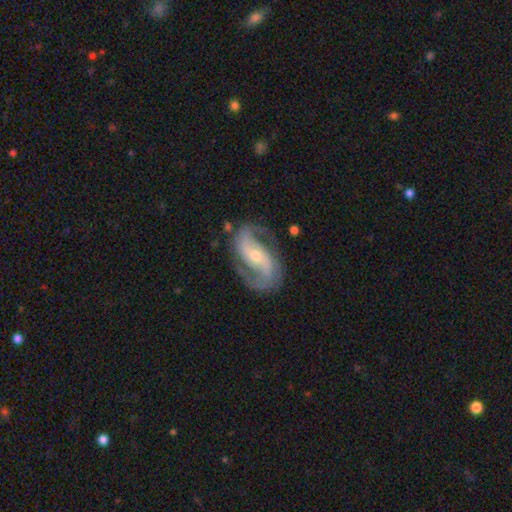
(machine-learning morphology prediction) smooth-or-featured: featured or disk: 91% | smooth: 5% | star or artifact: 4%
  disk-edge-on: no: 97% | yes: 3%
    bar: weak: 37% | no: 32% | strong: 31%
    has-spiral-arms: yes: 97% | no: 3%
      spiral-winding: medium: 53% | loose: 28% | tight: 20%
      spiral-arm-count: 2: 91% | can't tell: 3% | 3: 2% | 1: 2% | 4: 1% | more than 4: 1%
    bulge-size: small: 49% | moderate: 47% | large: 2% | none: 1% | dominant: 1%
  merging: none: 77% | minor disturbance: 15% | major disturbance: 6% | merger: 2%